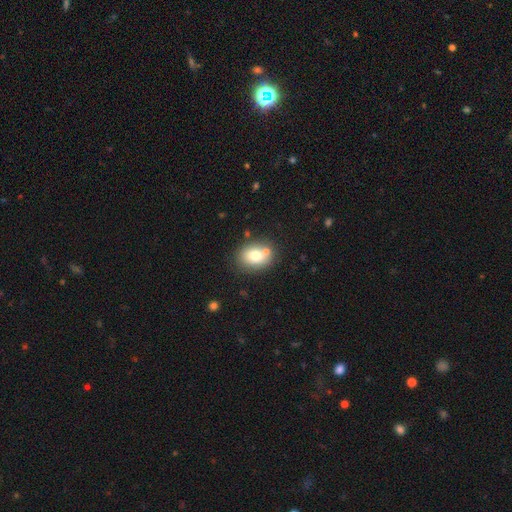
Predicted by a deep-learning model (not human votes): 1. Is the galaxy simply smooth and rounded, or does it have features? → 73% smooth, 17% featured or disk, 10% star or artifact.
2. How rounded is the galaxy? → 58% in between, 41% round, 1% cigar-shaped.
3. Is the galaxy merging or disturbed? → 69% none, 15% merger, 13% minor disturbance, 4% major disturbance.